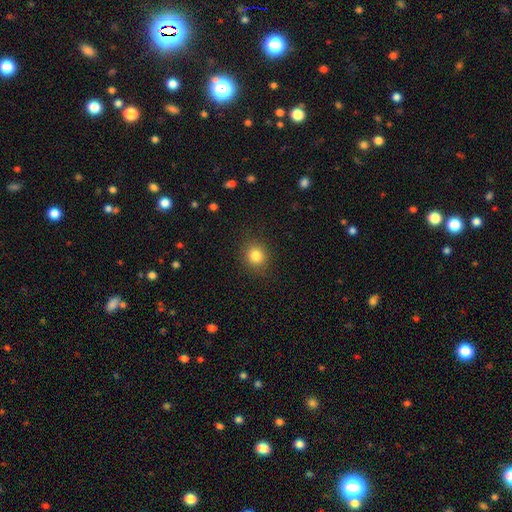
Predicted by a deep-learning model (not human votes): Smooth or featured? Predicted: smooth (p=0.82). How rounded? Predicted: round (p=0.84). Merging? Predicted: none (p=0.88).